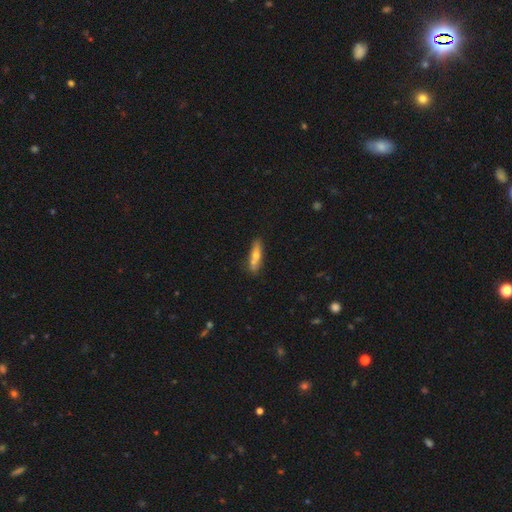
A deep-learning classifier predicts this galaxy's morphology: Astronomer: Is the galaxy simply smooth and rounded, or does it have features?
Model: smooth — 59% (runner-up: featured or disk, 35%).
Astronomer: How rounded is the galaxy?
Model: cigar-shaped — 69%.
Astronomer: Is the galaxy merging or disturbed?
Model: none — 71%.